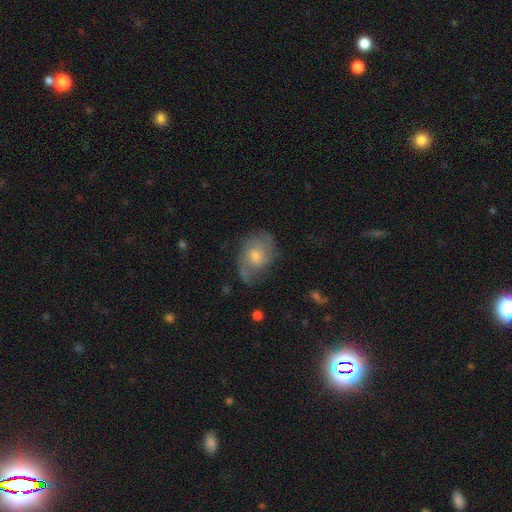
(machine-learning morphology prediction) Smooth or featured: featured or disk — 65% (smooth — 26%)
Edge-on disk: no — 96% (yes — 4%)
Bar: no — 68% (weak — 28%)
Spiral arms: yes — 87% (no — 13%)
Spiral winding: medium — 44% (tight — 34%)
Spiral arm count: 2 — 47% (can't tell — 26%)
Bulge size: moderate — 51% (small — 43%)
Merging: none — 62% (minor disturbance — 24%)